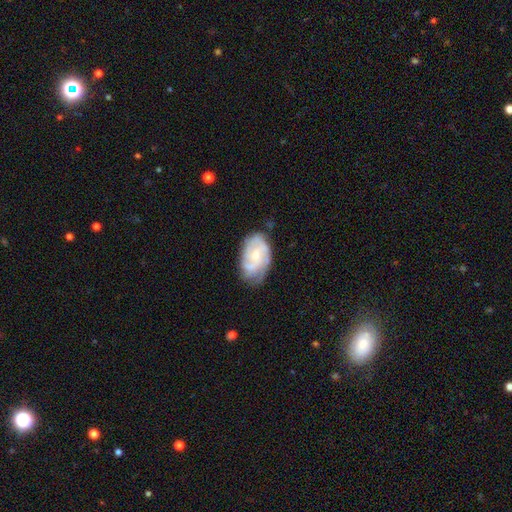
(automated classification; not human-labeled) This appears to be a featured or disk galaxy (71%) with no bar (66%), tight (48%) spiral arms (87%) and a small central bulge (54%). Merging: none (60%).